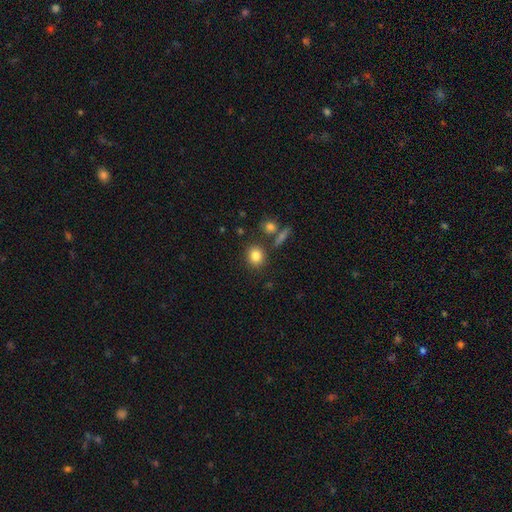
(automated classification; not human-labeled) Smooth or featured? Predicted: smooth (p=0.82). How rounded? Predicted: round (p=0.78). Merging? Predicted: none (p=0.81).